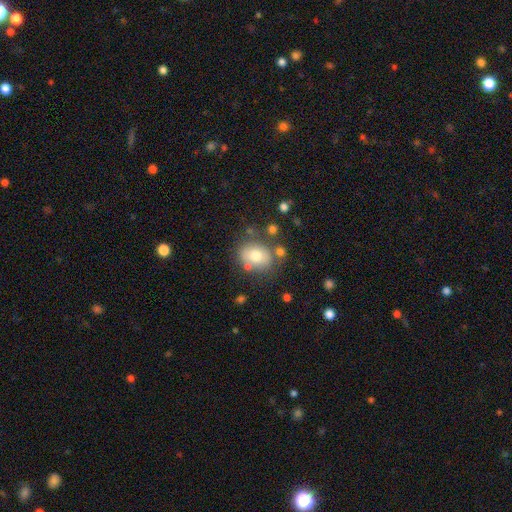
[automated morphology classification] Overall: smooth (70%). How rounded: round (52%; in between 47%). Merging: none (67%).